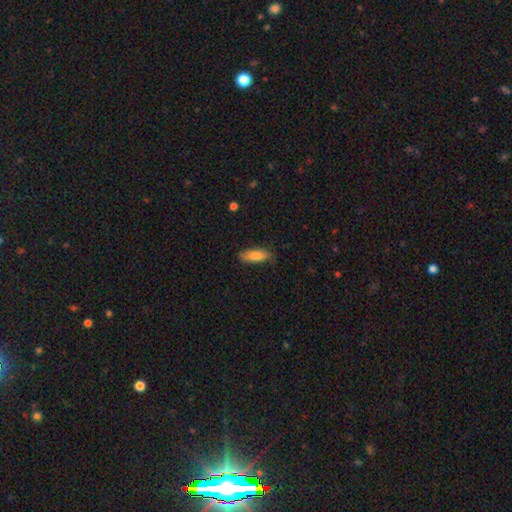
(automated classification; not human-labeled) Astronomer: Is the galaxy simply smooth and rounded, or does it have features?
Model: smooth — 82%.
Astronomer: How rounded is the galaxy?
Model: in between — 65%.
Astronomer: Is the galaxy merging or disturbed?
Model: none — 76%.